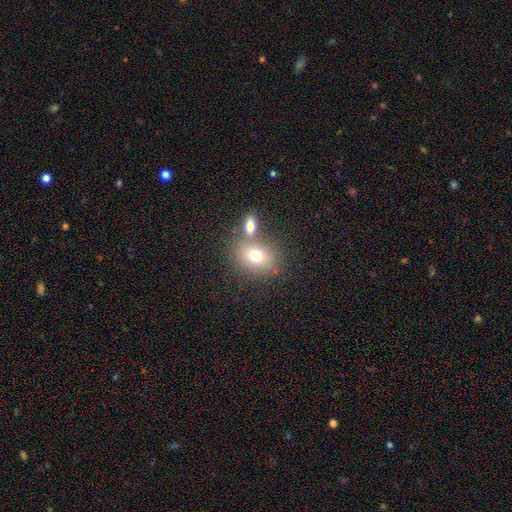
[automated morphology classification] smooth 73%, featured or disk 16%, star or artifact 11%. Down the decision tree: how rounded — in between (52%); merging — none (55%).